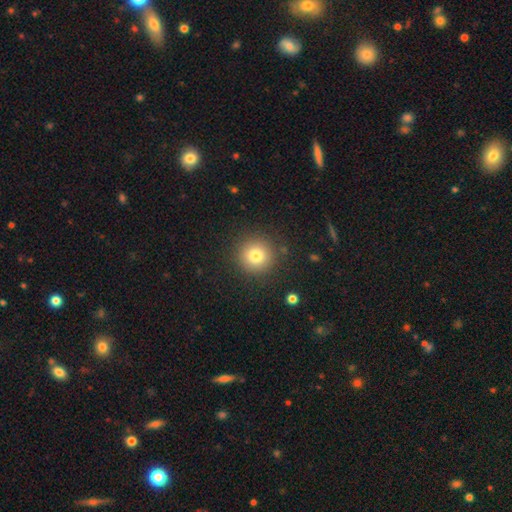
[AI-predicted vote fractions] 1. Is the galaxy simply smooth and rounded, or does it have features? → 79% smooth, 12% star or artifact, 9% featured or disk.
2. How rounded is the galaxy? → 95% round, 4% in between, 1% cigar-shaped.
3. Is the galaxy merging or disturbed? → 88% none, 7% minor disturbance, 3% major disturbance, 2% merger.